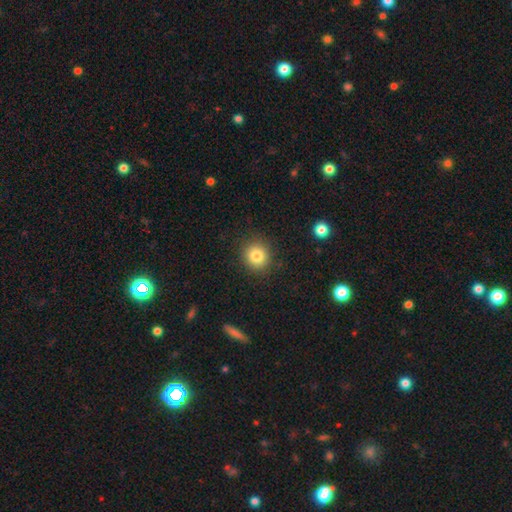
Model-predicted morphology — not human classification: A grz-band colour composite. It shows a smooth galaxy with no disk features (82%) that is round (87%). Merging: none (89%).